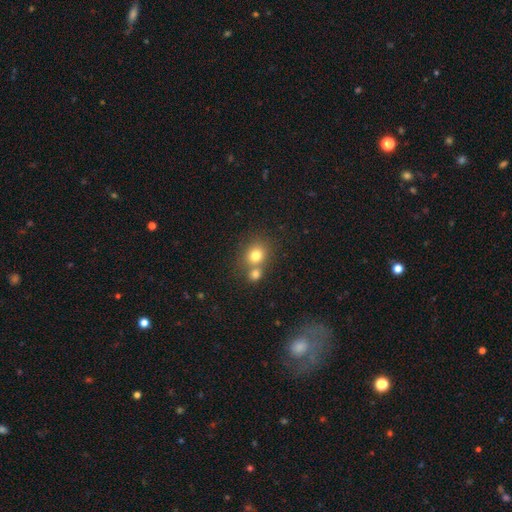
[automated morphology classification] Smooth or featured: smooth — 78% (star or artifact — 12%)
How rounded: round — 77% (in between — 22%)
Merging: none — 47% (merger — 43%)